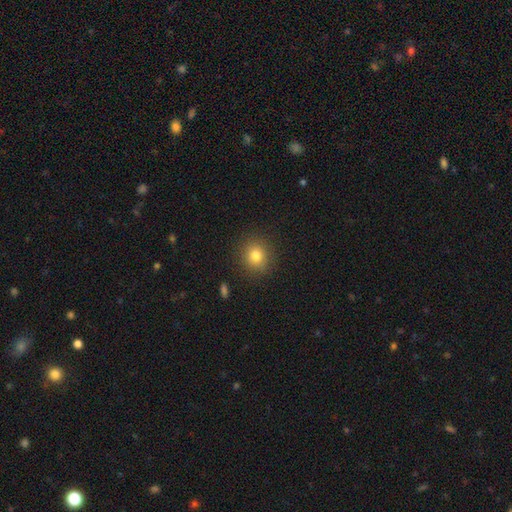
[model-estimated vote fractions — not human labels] Smooth or featured: smooth — 80% (star or artifact — 12%)
How rounded: round — 88% (in between — 11%)
Merging: none — 89% (minor disturbance — 7%)